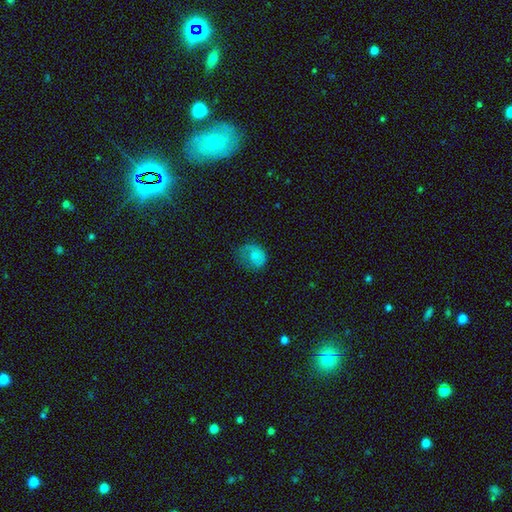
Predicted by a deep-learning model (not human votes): The model was most divided on "merging": none: 34%, major disturbance: 33%, minor disturbance: 31%, merger: 2%. More confident: smooth or featured — smooth (66%); how rounded — round (54%).